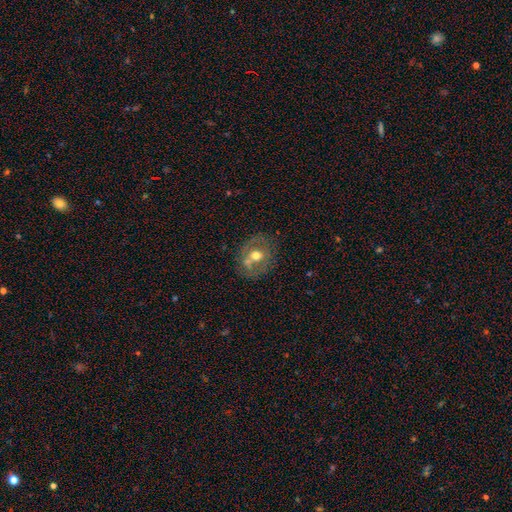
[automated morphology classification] type=featured or disk (52%); edge-on=no (94%); merging=none (63%).